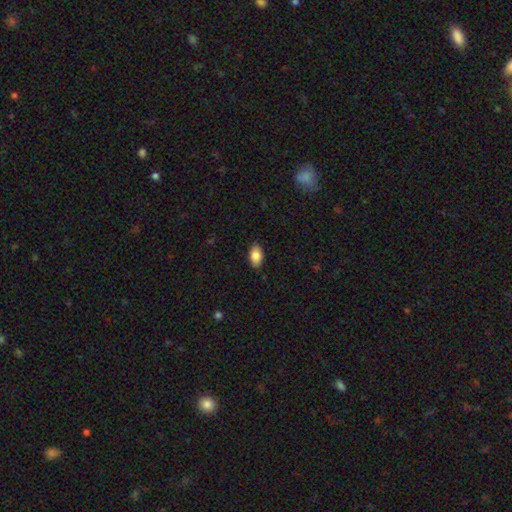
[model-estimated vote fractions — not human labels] A smooth galaxy with no disk features (85%) that is in between round and cigar-shaped (93%).

Vote fractions:
- Smooth or featured? smooth: 85% / featured or disk: 8% / star or artifact: 7%
- How rounded? in between: 93% / round: 5% / cigar-shaped: 3%
- Merging? none: 87% / minor disturbance: 10% / major disturbance: 2% / merger: 1%